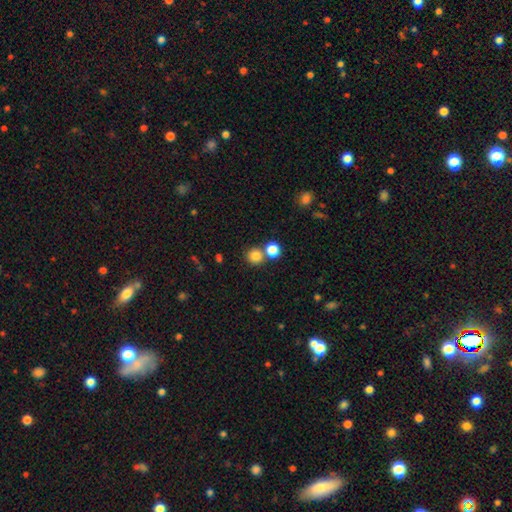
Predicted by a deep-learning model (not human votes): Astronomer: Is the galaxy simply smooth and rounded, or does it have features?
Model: smooth — 82%.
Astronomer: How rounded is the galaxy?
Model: round — 91%.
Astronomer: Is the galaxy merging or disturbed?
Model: none — 67%.